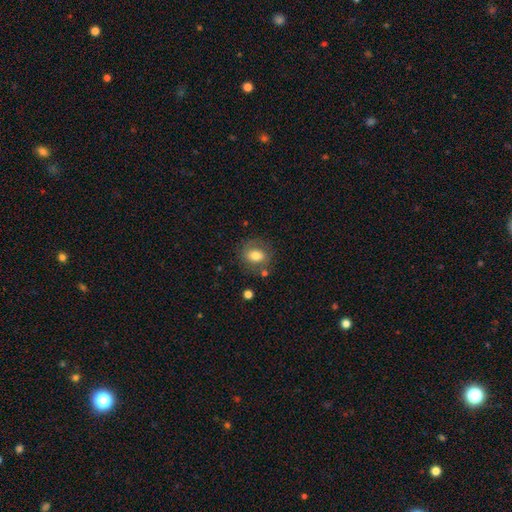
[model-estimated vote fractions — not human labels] A smooth galaxy with no disk features (70%) that is round (55%).

Vote fractions:
- Smooth or featured? smooth: 70% / featured or disk: 21% / star or artifact: 9%
- How rounded? round: 55% / in between: 43% / cigar-shaped: 1%
- Merging? none: 73% / minor disturbance: 16% / major disturbance: 7% / merger: 5%